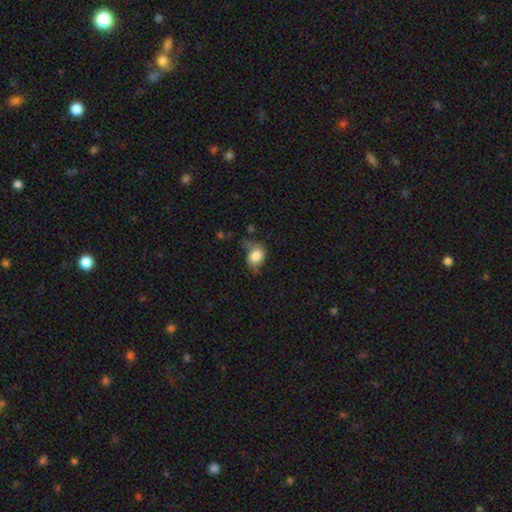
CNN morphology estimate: Smooth or featured: smooth — 81% (featured or disk — 11%)
How rounded: in between — 65% (round — 34%)
Merging: none — 42% (minor disturbance — 36%)